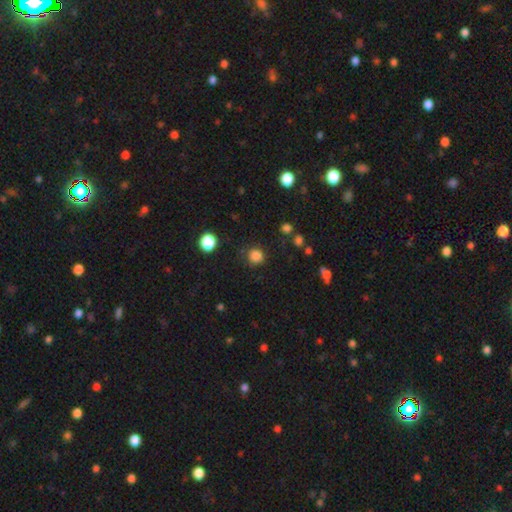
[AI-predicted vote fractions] Smooth or featured: smooth — 83% (star or artifact — 13%)
How rounded: round — 92% (in between — 7%)
Merging: none — 85% (minor disturbance — 9%)